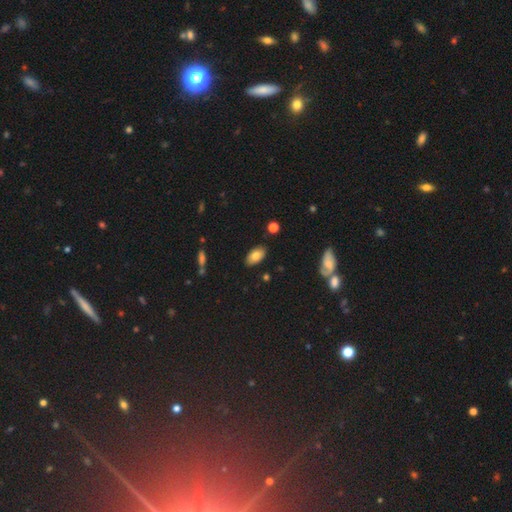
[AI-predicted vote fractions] Smooth or featured: smooth — 77% (featured or disk — 15%)
How rounded: in between — 93% (round — 4%)
Merging: none — 84% (minor disturbance — 12%)